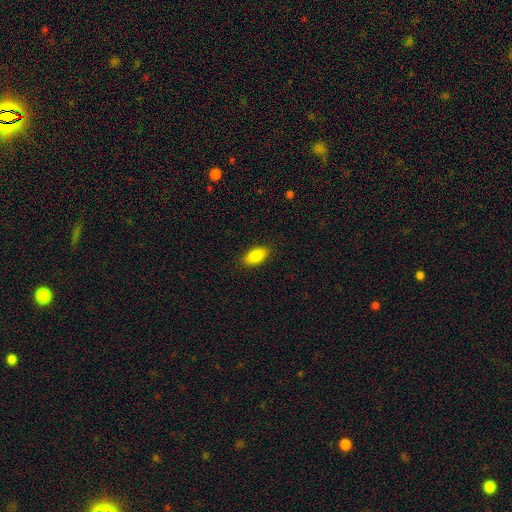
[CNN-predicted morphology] smooth-or-featured: smooth: 89% | star or artifact: 7% | featured or disk: 4%
  how-rounded: in between: 91% | cigar-shaped: 6% | round: 3%
  merging: none: 88% | minor disturbance: 8% | major disturbance: 2% | merger: 1%